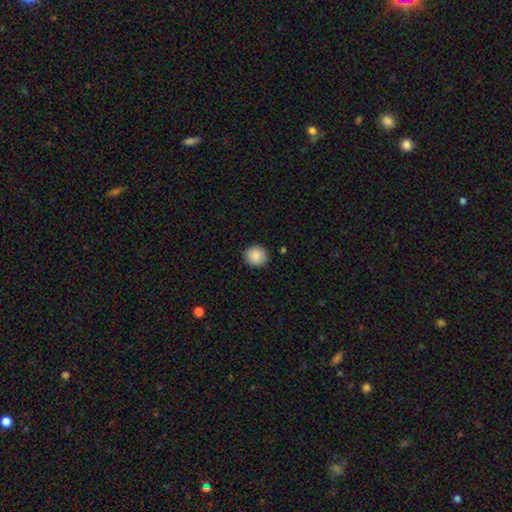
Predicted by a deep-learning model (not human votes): Smooth or featured?
  - smooth: 89% *
  - star or artifact: 8%
  - featured or disk: 3%
How rounded?
  - round: 93% *
  - in between: 6%
  - cigar-shaped: 1%
Merging?
  - none: 91% *
  - minor disturbance: 6%
  - major disturbance: 2%
  - merger: 1%